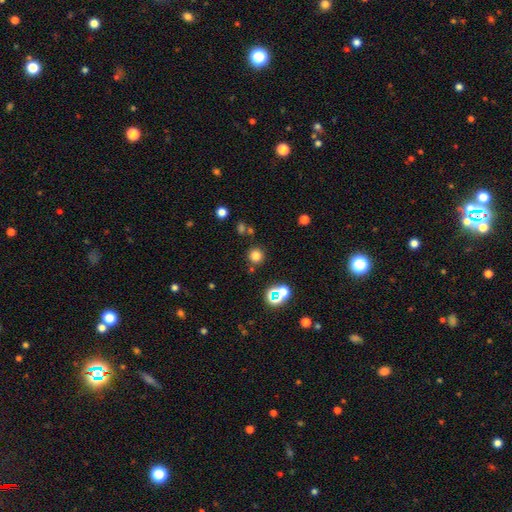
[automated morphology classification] Smooth or featured: smooth — 75% (star or artifact — 19%)
How rounded: round — 94% (in between — 5%)
Merging: none — 83% (minor disturbance — 7%)